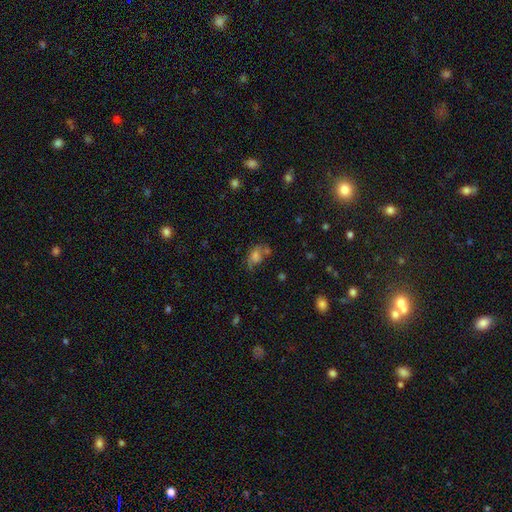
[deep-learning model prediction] Smooth or featured? Predicted: smooth (p=0.52). How rounded? Predicted: in between (p=0.75). Merging? Predicted: none (p=0.48).